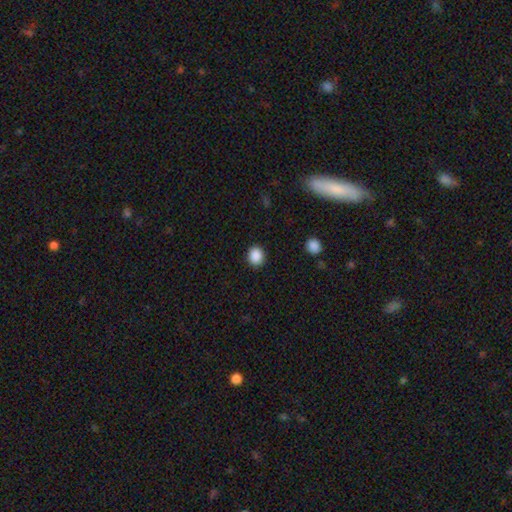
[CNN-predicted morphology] type=smooth (89%); roundness=round (73%); merging=none (90%).